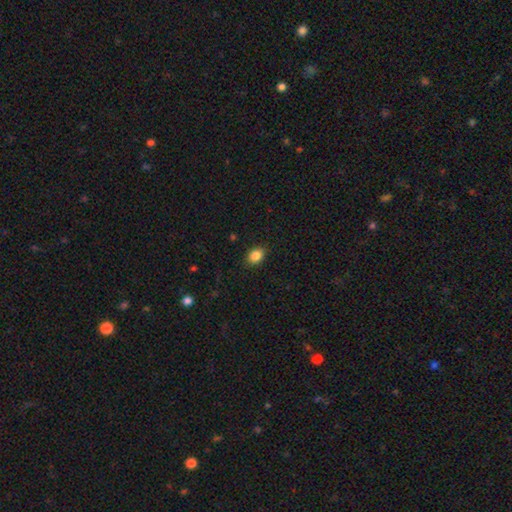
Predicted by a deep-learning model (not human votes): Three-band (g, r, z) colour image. It shows a smooth galaxy with no disk features (86%) that is in between round and cigar-shaped (66%). Merging: none (87%).